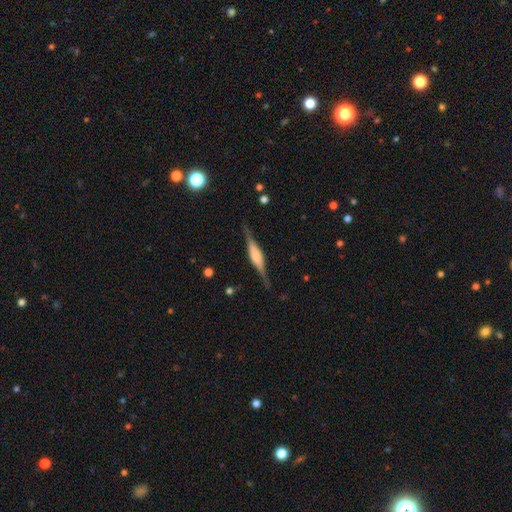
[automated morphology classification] A featured or disk galaxy (76%) viewed edge-on (97%) with a rounded central bulge (53%). Merging: none (84%).